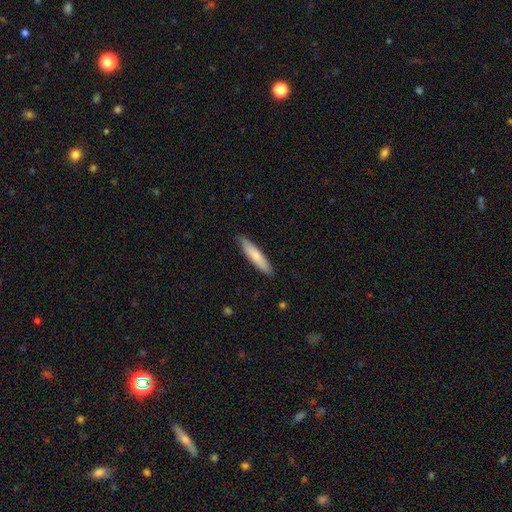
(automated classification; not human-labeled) A smooth galaxy with no disk features (75%) that is cigar-shaped (85%).

Vote fractions:
- Smooth or featured? smooth: 75% / featured or disk: 20% / star or artifact: 5%
- How rounded? cigar-shaped: 85% / in between: 14% / round: 1%
- Merging? none: 86% / minor disturbance: 11% / major disturbance: 2% / merger: 1%